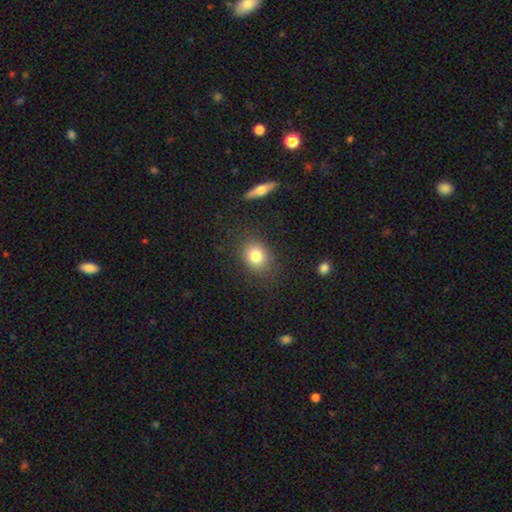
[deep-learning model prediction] Overall: smooth (80%). How rounded: round (57%; in between 42%). Merging: none (83%).